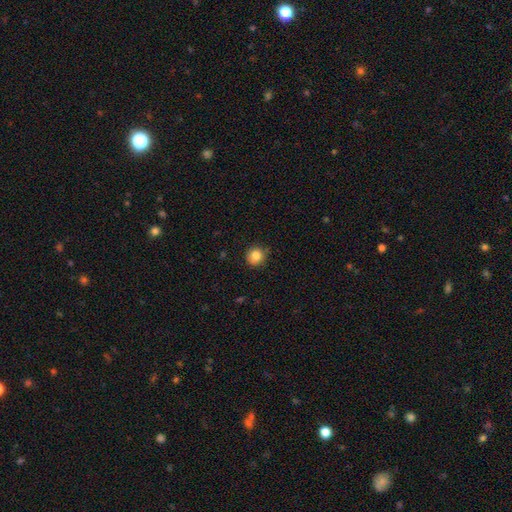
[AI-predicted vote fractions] Morphology: type=smooth (85%); roundness=round (92%); merging=none (86%).